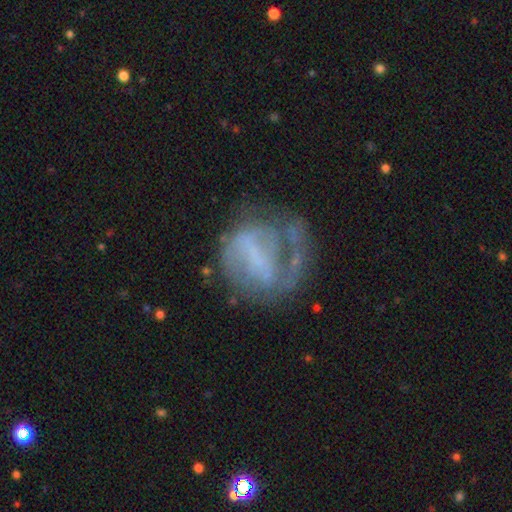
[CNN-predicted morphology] Smooth or featured?
  - featured or disk: 64% *
  - smooth: 25%
  - star or artifact: 11%
Edge-on disk?
  - no: 97% *
  - yes: 3%
Bar?
  - no: 42% *
  - weak: 33%
  - strong: 25%
Spiral arms?
  - yes: 50% * (tied)
  - no: 50% * (tied)
Bulge size?
  - none: 60% *
  - small: 23%
  - moderate: 11%
  - large: 4%
  - dominant: 2%
Merging?
  - none: 41% *
  - major disturbance: 35%
  - minor disturbance: 20%
  - merger: 5%